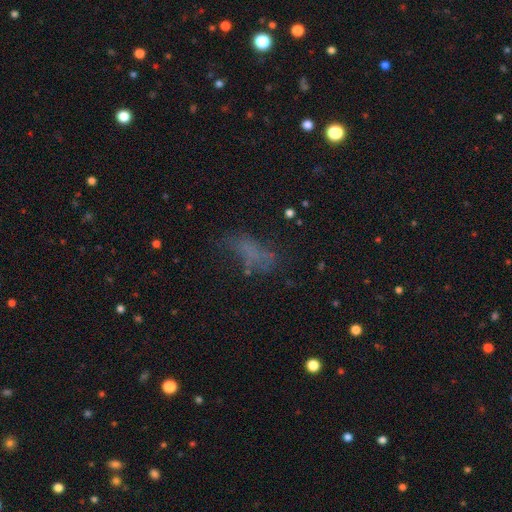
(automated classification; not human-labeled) Smooth or featured: smooth — 48% (star or artifact — 31%)
Merging: none — 50% (major disturbance — 23%)